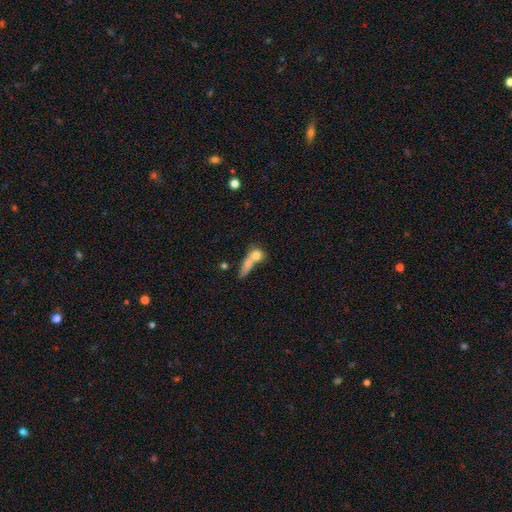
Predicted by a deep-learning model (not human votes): Morphology: type=smooth (69%); roundness=round (44%); merging=merger (57%).